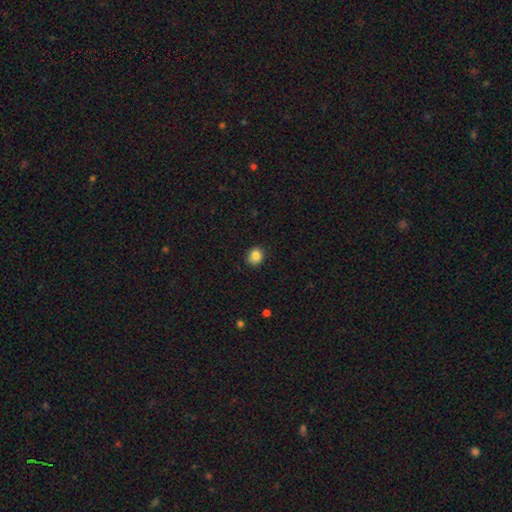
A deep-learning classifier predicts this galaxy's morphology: A smooth galaxy with no disk features (86%) that is round (74%). Merging: none (83%).